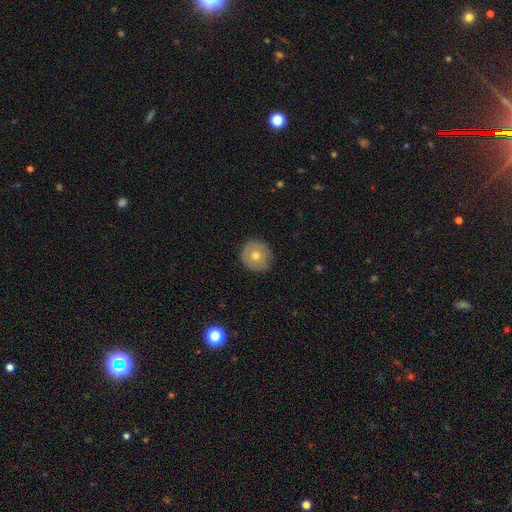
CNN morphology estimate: Smooth or featured?
  - smooth: 64% *
  - featured or disk: 27%
  - star or artifact: 9%
How rounded?
  - round: 93% *
  - in between: 6%
  - cigar-shaped: 1%
Merging?
  - none: 89% *
  - minor disturbance: 8%
  - major disturbance: 2%
  - merger: 1%